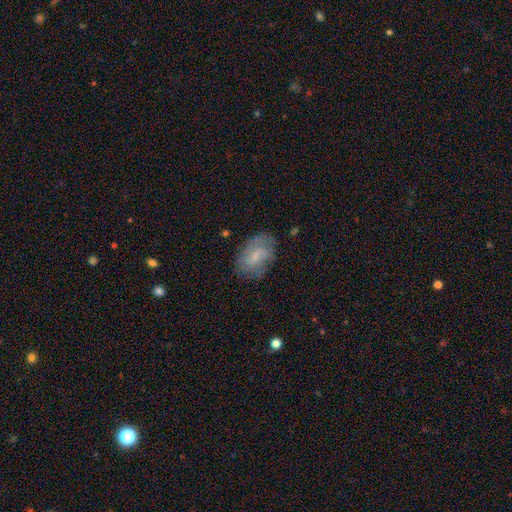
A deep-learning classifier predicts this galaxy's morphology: This is possibly a smooth galaxy (53%). How rounded: clearly in between (88%). Merging: likely none (68%).